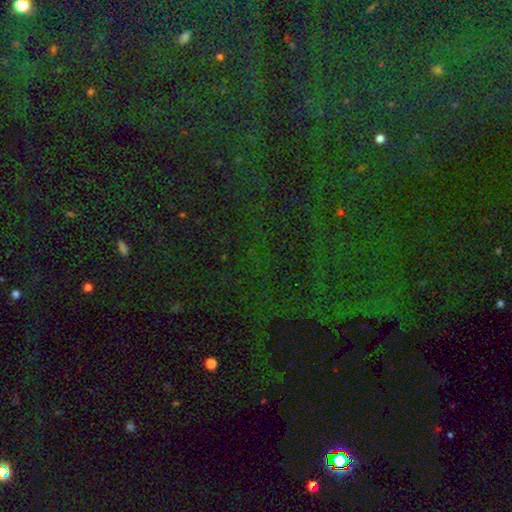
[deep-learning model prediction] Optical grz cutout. It shows a star or artifact, not a galaxy (82%).